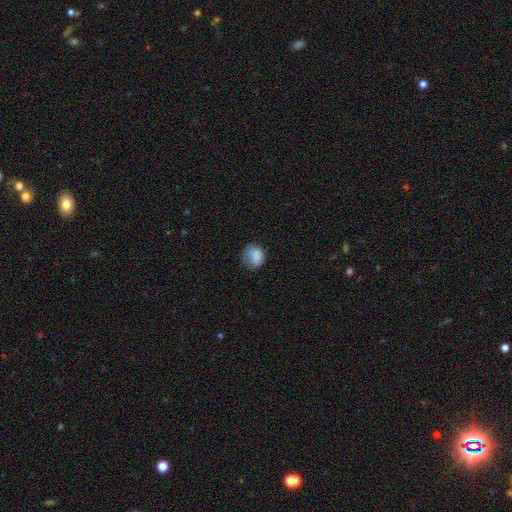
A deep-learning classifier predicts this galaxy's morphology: The model was most divided on "how rounded": round: 60%, in between: 38%, cigar-shaped: 1%. More confident: smooth or featured — smooth (81%); merging — none (54%).